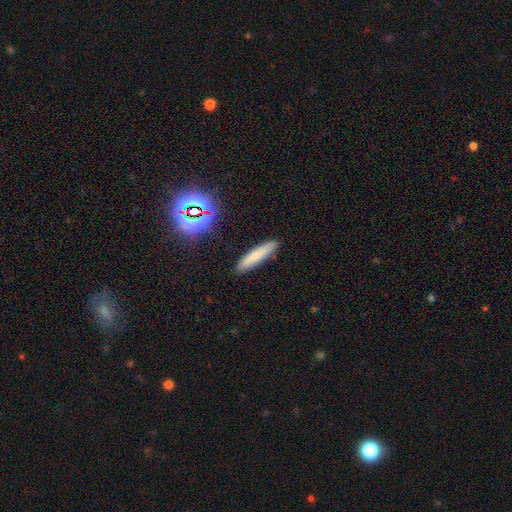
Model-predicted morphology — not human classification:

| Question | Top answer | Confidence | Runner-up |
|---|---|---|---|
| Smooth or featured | smooth | 71% | featured or disk (19%) |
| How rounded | cigar-shaped | 87% | in between (11%) |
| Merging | none | 89% | minor disturbance (8%) |